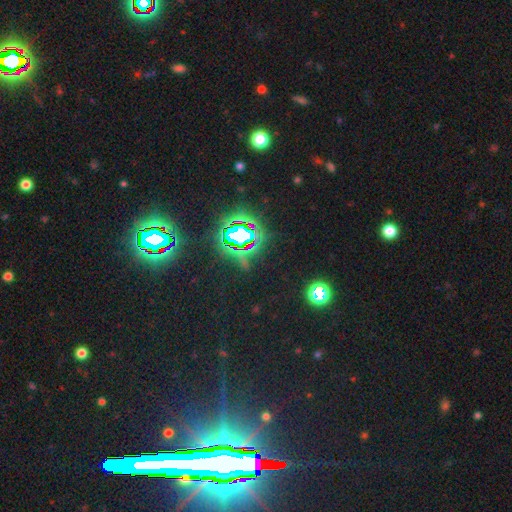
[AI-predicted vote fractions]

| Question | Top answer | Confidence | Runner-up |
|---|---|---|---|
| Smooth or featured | star or artifact | 81% | smooth (10%) |